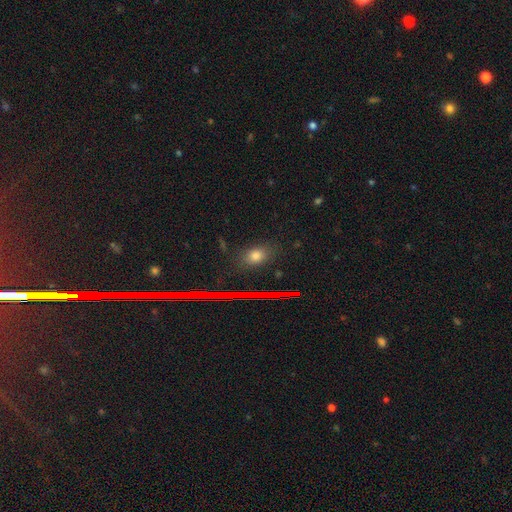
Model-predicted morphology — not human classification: This appears to be a smooth galaxy with no disk features (70%) that is in between round and cigar-shaped (62%). Merging: none (83%).